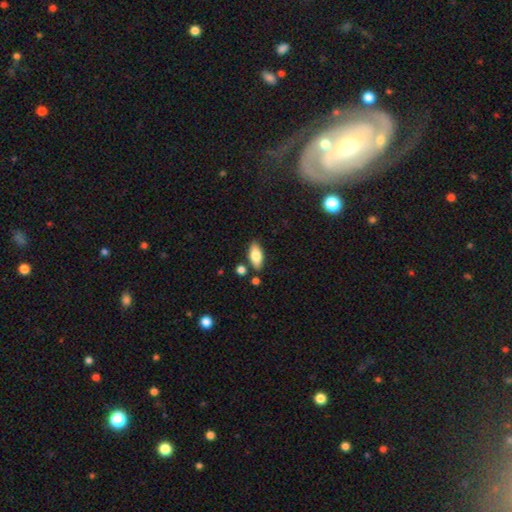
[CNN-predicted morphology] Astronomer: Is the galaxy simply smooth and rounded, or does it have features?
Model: smooth — 73%.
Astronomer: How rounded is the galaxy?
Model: in between — 82%.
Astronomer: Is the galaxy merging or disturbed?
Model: none — 81%.